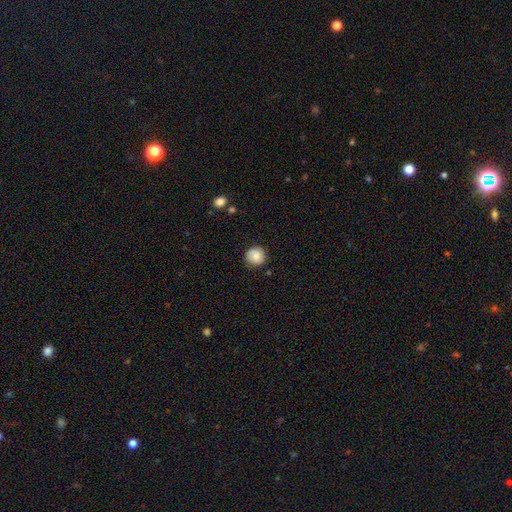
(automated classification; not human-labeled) Q: Smooth or featured?
A: smooth (76%); runner-up: featured or disk (15%)
Q: How rounded?
A: round (91%); runner-up: in between (8%)
Q: Merging?
A: none (82%); runner-up: minor disturbance (14%)